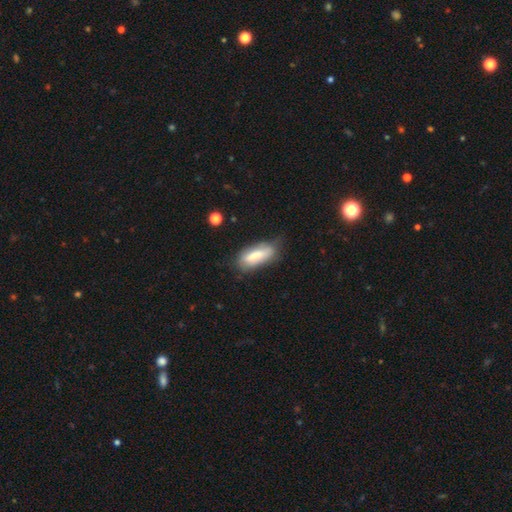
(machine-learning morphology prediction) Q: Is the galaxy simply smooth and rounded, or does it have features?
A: smooth — 72%.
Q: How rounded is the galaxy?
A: in between — 71%.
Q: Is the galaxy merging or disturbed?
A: none — 61%.